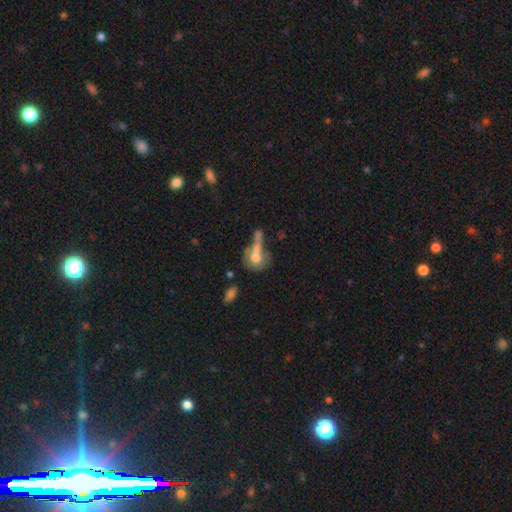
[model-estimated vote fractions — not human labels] Smooth or featured?
  - smooth: 64% *
  - featured or disk: 25%
  - star or artifact: 10%
How rounded?
  - round: 47% *
  - in between: 46%
  - cigar-shaped: 7%
Merging?
  - merger: 42% *
  - none: 27%
  - major disturbance: 18%
  - minor disturbance: 13%